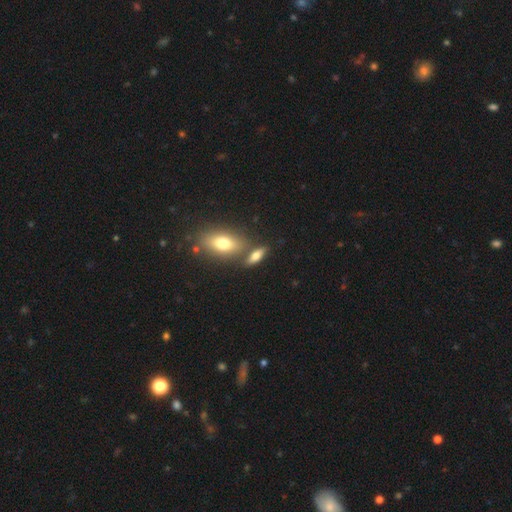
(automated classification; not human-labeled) Smooth or featured: smooth — 68% (featured or disk — 23%)
How rounded: in between — 68% (cigar-shaped — 26%)
Merging: none — 65% (merger — 19%)